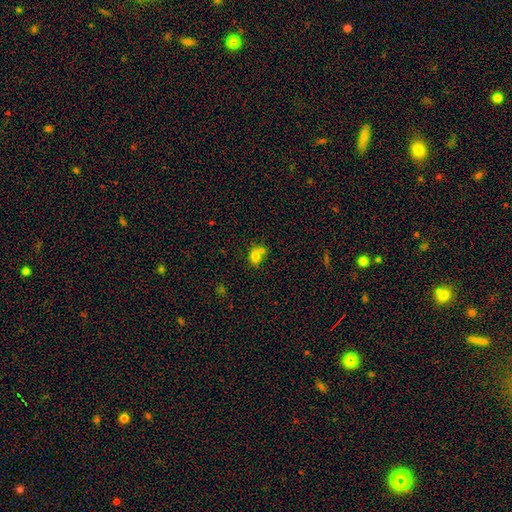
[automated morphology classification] This appears to be a smooth galaxy with no disk features (76%) that is in between round and cigar-shaped (52%). Merging: merger (40%, tied with none).